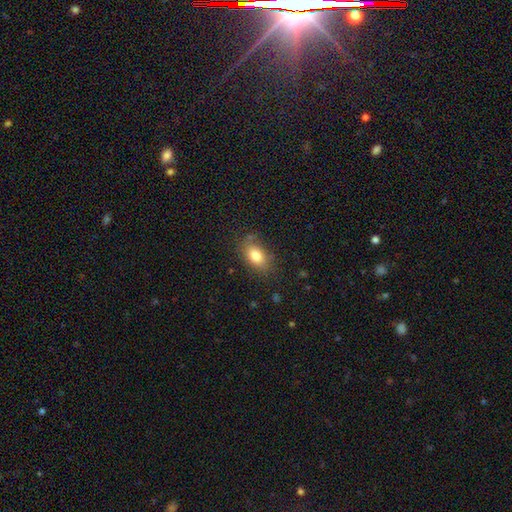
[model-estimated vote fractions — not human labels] A smooth galaxy with no disk features (80%) that is in between round and cigar-shaped (86%). Merging: none (77%).